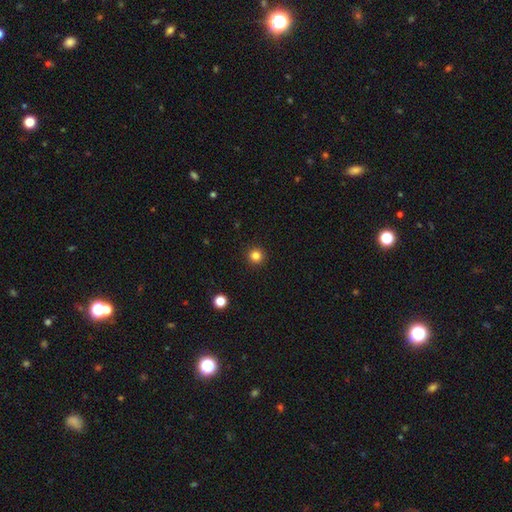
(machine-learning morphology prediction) Q: Smooth or featured?
A: smooth (83%); runner-up: star or artifact (12%)
Q: How rounded?
A: round (96%); runner-up: in between (3%)
Q: Merging?
A: none (93%); runner-up: minor disturbance (4%)